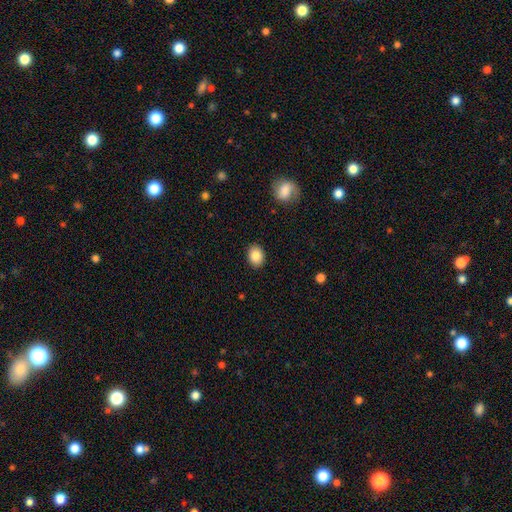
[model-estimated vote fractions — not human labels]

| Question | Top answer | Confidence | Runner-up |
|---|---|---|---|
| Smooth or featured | smooth | 86% | star or artifact (8%) |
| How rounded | in between | 54% | round (45%) |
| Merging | none | 90% | minor disturbance (7%) |